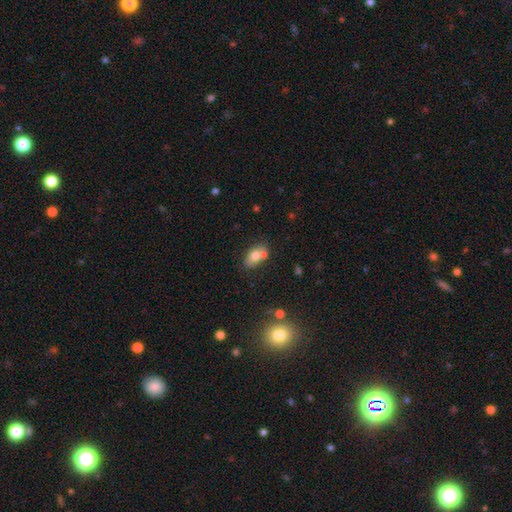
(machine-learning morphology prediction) Overall: smooth (73%). How rounded: in between (85%). Merging: none (52%; merger 28%).